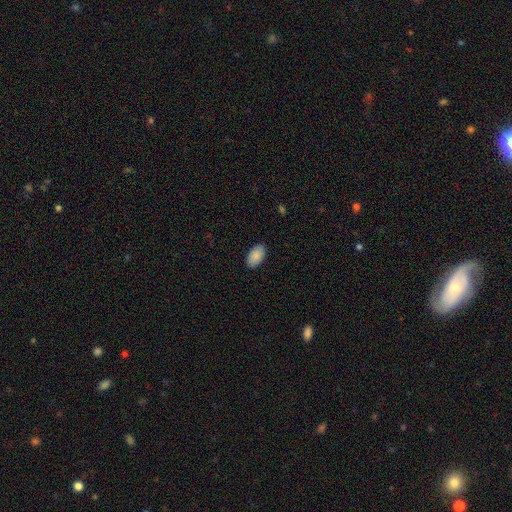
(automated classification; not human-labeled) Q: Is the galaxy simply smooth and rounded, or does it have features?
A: smooth — 89%.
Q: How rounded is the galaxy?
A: in between — 95%.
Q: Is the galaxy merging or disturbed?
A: none — 89%.